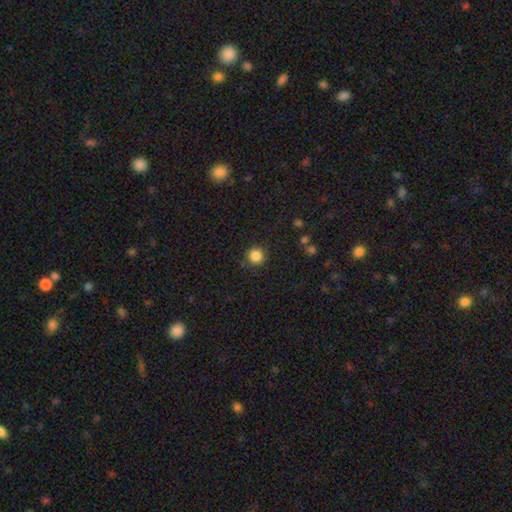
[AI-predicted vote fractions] Smooth or featured?
  - smooth: 85% *
  - star or artifact: 11%
  - featured or disk: 3%
How rounded?
  - round: 94% *
  - in between: 5%
  - cigar-shaped: 1%
Merging?
  - none: 88% *
  - minor disturbance: 8%
  - major disturbance: 3%
  - merger: 2%